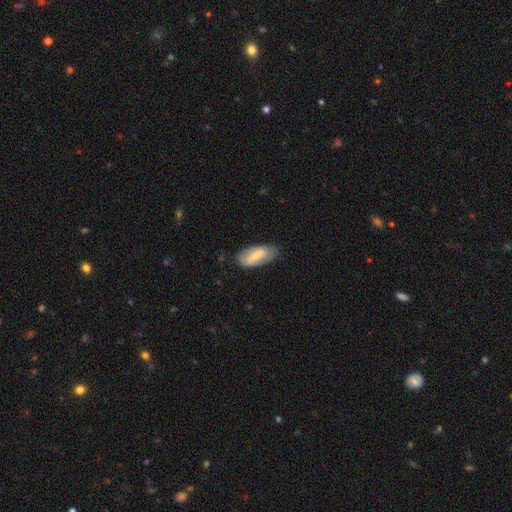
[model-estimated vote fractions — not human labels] Smooth or featured?
  - smooth: 49% *
  - featured or disk: 45%
  - star or artifact: 6%
Merging?
  - none: 74% *
  - minor disturbance: 20%
  - major disturbance: 5%
  - merger: 1%